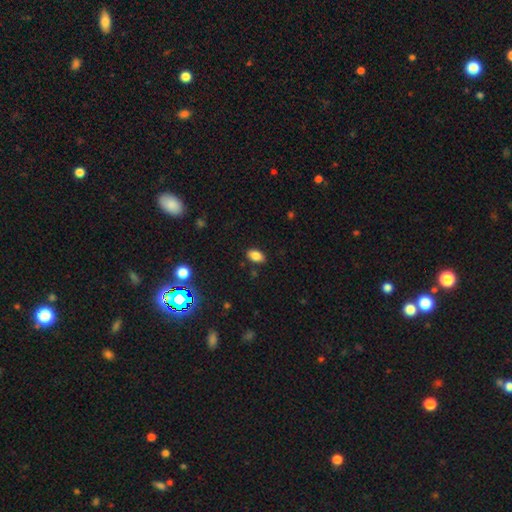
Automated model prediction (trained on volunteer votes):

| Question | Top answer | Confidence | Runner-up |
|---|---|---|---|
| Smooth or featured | smooth | 84% | star or artifact (11%) |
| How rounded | in between | 90% | round (8%) |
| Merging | none | 86% | minor disturbance (10%) |